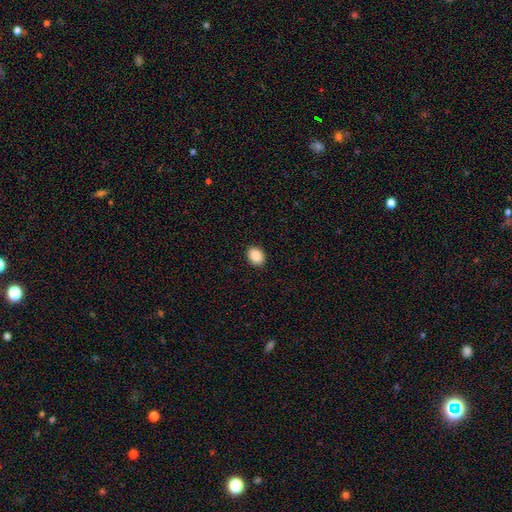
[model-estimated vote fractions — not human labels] The model was most divided on "how rounded": in between: 68%, round: 31%, cigar-shaped: 1%. More confident: merging — none (91%); smooth or featured — smooth (89%).